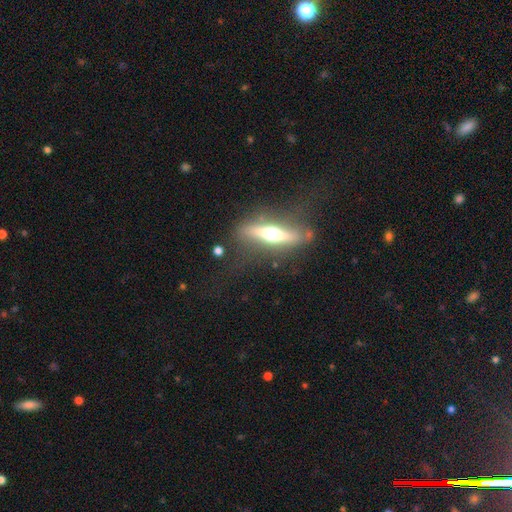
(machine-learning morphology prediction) type=featured or disk (72%); edge-on=yes (79%); edge-on bulge=rounded (87%); merging=none (59%).